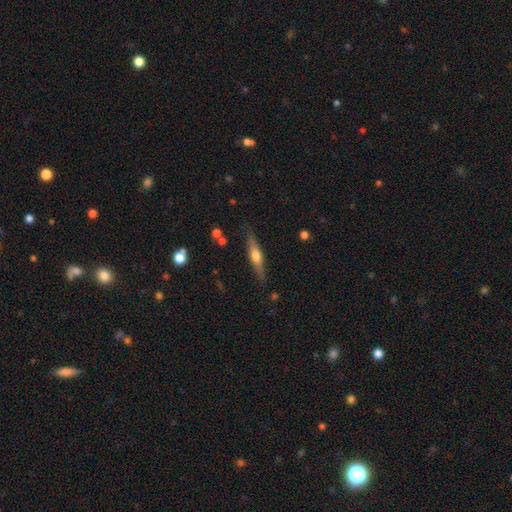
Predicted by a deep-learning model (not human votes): Q: Smooth or featured?
A: featured or disk (54%); runner-up: smooth (40%)
Q: Edge-on disk?
A: yes (94%); runner-up: no (6%)
Q: Edge-on bulge?
A: rounded (88%); runner-up: none (6%)
Q: Merging?
A: none (86%); runner-up: minor disturbance (10%)